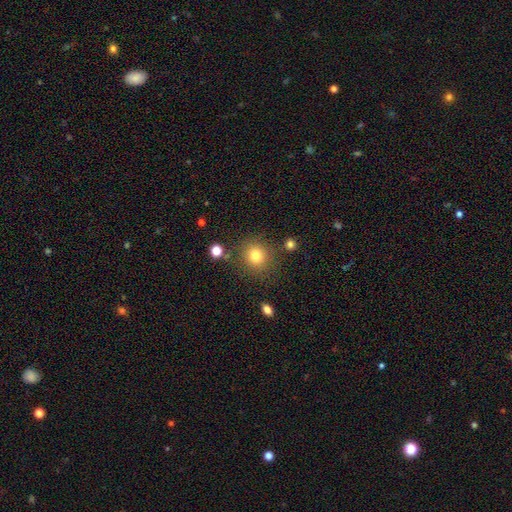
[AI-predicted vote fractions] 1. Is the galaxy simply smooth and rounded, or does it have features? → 80% smooth, 13% star or artifact, 8% featured or disk.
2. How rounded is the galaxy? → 87% round, 12% in between, 1% cigar-shaped.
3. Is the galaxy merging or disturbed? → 84% none, 9% minor disturbance, 4% merger, 4% major disturbance.